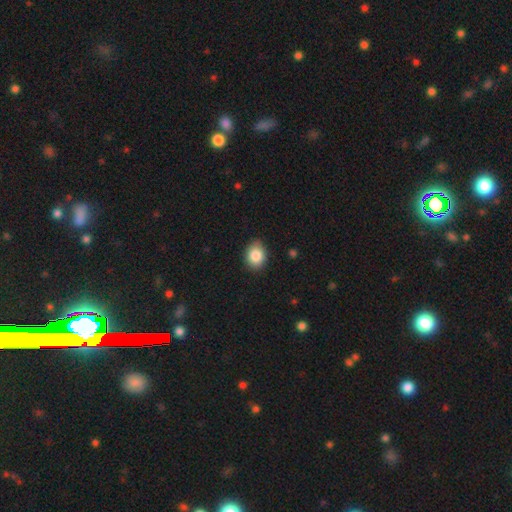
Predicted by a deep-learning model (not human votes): Smooth or featured: smooth — 85% (star or artifact — 8%)
How rounded: round — 51% (in between — 48%)
Merging: none — 82% (minor disturbance — 14%)